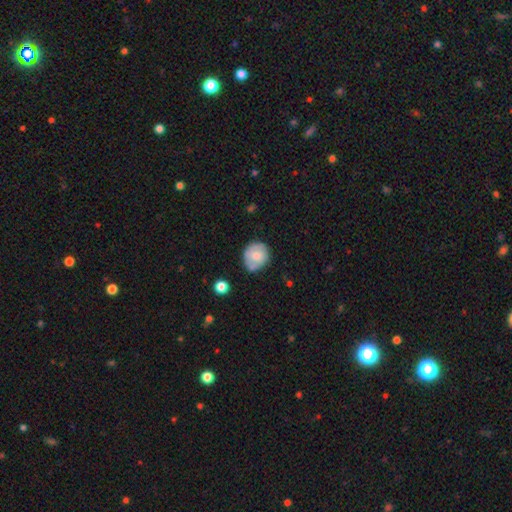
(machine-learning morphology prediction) Smooth or featured? smooth (64%)
How rounded? round (77%)
Merging? none (64%)